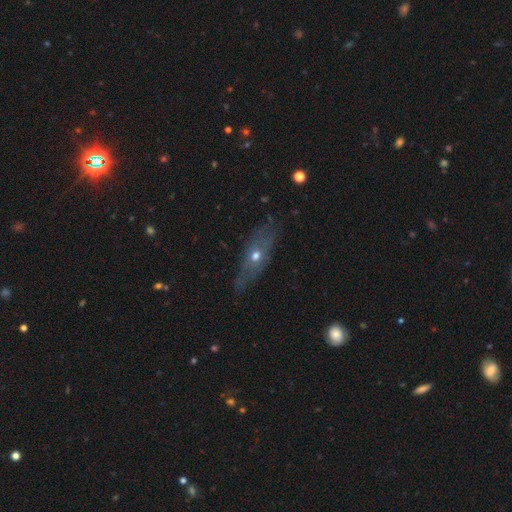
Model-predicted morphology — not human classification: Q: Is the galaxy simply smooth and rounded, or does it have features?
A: featured or disk — 51%.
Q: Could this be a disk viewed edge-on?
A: no — 53%.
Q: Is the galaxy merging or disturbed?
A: none — 71%.